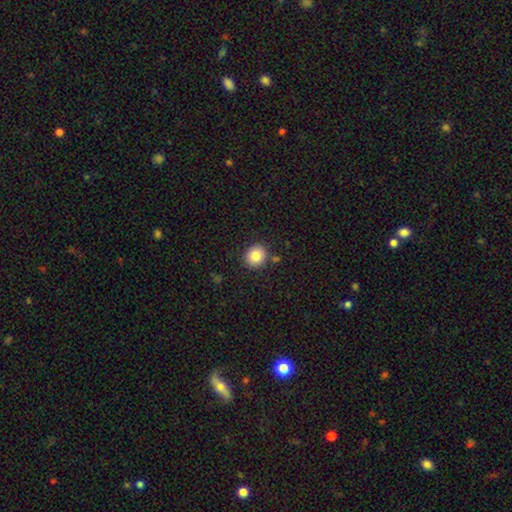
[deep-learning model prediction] Smooth or featured? Predicted: smooth (p=0.83). How rounded? Predicted: round (p=0.83). Merging? Predicted: none (p=0.87).